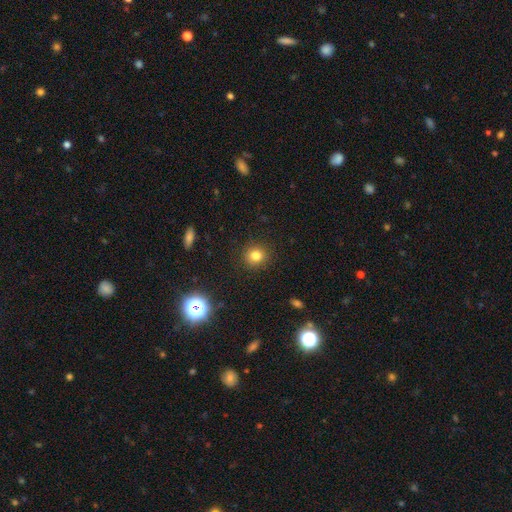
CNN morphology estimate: smooth 81%, star or artifact 13%, featured or disk 6%. Down the decision tree: how rounded — round (89%); merging — none (90%).